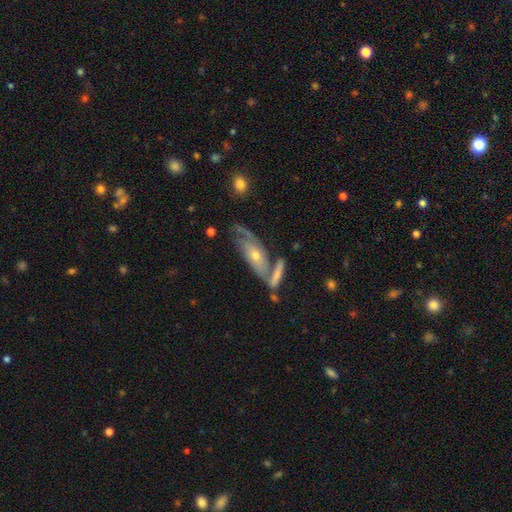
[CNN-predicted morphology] type=featured or disk (72%); edge-on=no (79%); bar=no (73%); spiral arms=yes (84%); bulge=small (52%); merging=none (47%).